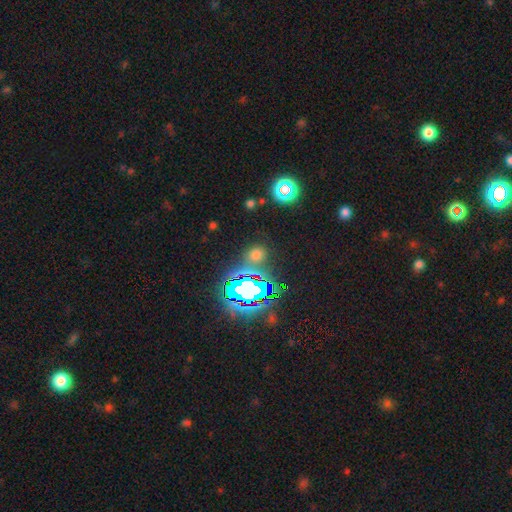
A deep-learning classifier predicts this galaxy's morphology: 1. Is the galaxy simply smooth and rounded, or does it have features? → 47% star or artifact, 45% smooth, 8% featured or disk.